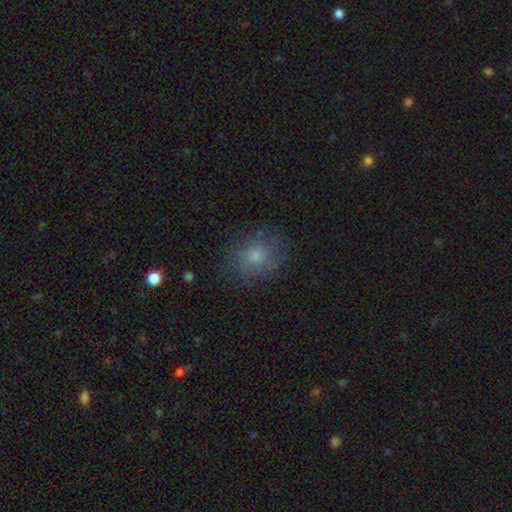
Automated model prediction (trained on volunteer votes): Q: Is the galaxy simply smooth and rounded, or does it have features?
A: smooth — 63%.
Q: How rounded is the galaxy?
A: round — 67%.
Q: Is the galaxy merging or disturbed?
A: none — 73%.